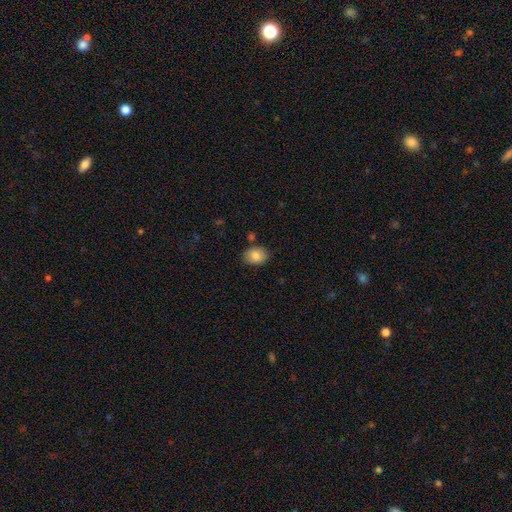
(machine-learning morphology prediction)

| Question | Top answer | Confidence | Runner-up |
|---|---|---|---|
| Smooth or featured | smooth | 85% | star or artifact (8%) |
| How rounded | in between | 58% | round (41%) |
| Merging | none | 81% | minor disturbance (12%) |